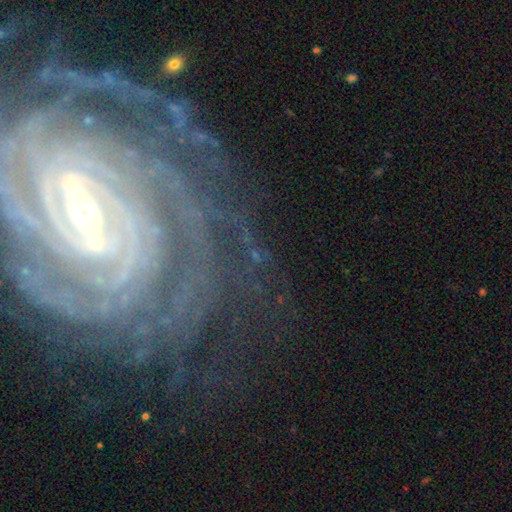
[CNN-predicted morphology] Smooth or featured?
  - featured or disk: 51% *
  - star or artifact: 32%
  - smooth: 17%
Edge-on disk?
  - no: 88% *
  - yes: 12%
Merging?
  - none: 73% *
  - minor disturbance: 14%
  - major disturbance: 8%
  - merger: 4%